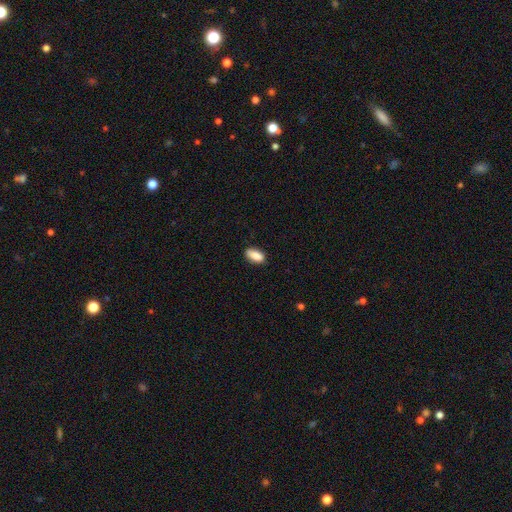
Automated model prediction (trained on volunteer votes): A smooth galaxy with no disk features (88%) that is in between round and cigar-shaped (89%).

Vote fractions:
- Smooth or featured? smooth: 88% / star or artifact: 7% / featured or disk: 5%
- How rounded? in between: 89% / cigar-shaped: 7% / round: 3%
- Merging? none: 82% / minor disturbance: 15% / major disturbance: 2% / merger: 1%